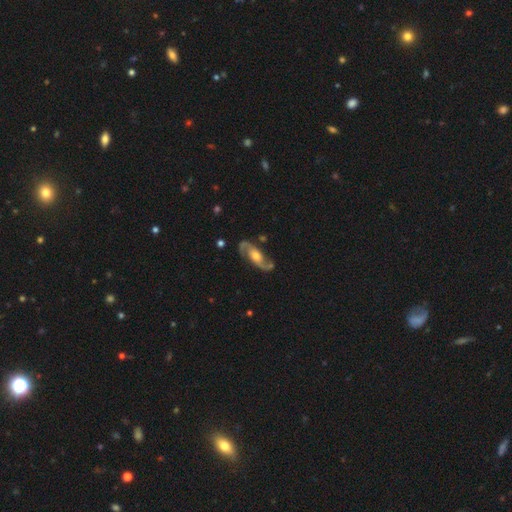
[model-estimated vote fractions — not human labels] This is clearly a featured or disk galaxy (89%). It is clearly not viewed edge-on (95%). Bar: possibly no (55%). Spiral arm pattern: clearly yes (97%). Spiral arm count: clearly 2 (93%). Spiral winding: possibly medium (49%). Central bulge: likely moderate (63%). Merging: clearly none (80%).